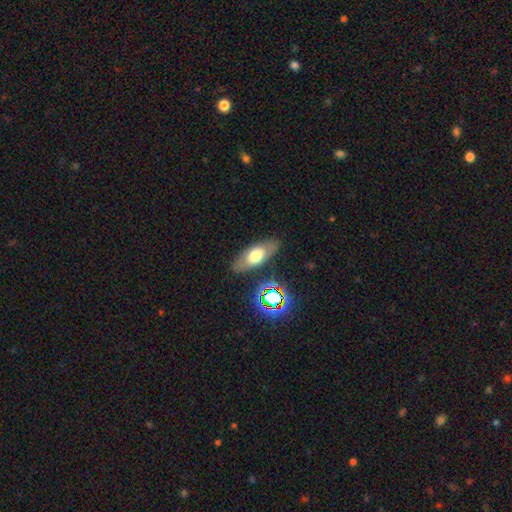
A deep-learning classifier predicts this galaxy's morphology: Overall: smooth (57%; featured or disk 32%). How rounded: in between (82%). Merging: none (82%).